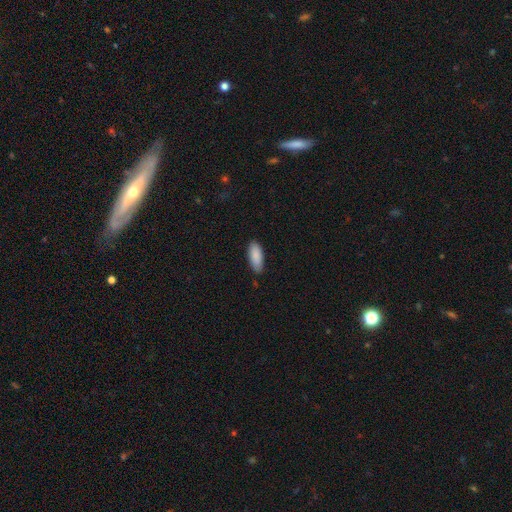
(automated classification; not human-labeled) Smooth or featured?
  - smooth: 89% *
  - star or artifact: 6%
  - featured or disk: 5%
How rounded?
  - in between: 81% *
  - cigar-shaped: 17%
  - round: 2%
Merging?
  - none: 83% *
  - minor disturbance: 14%
  - major disturbance: 2%
  - merger: 1%